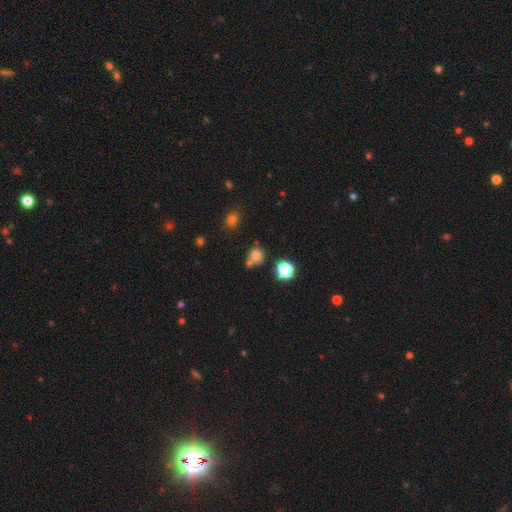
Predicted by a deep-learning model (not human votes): smooth-or-featured: smooth: 75% | star or artifact: 17% | featured or disk: 9%
  how-rounded: round: 83% | in between: 16% | cigar-shaped: 1%
  merging: none: 55% | merger: 29% | minor disturbance: 11% | major disturbance: 4%